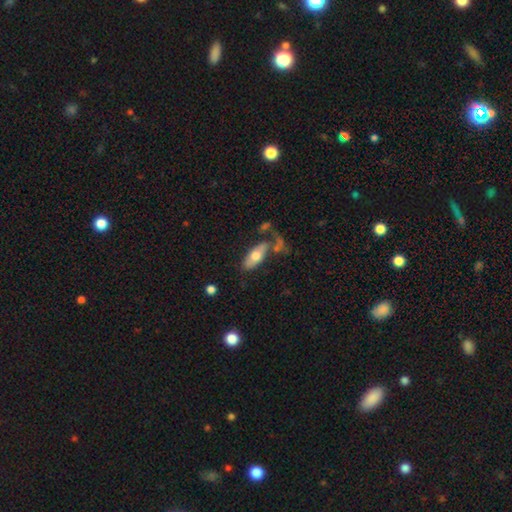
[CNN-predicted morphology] Smooth or featured? smooth (62%)
How rounded? in between (79%)
Merging? none (47%)